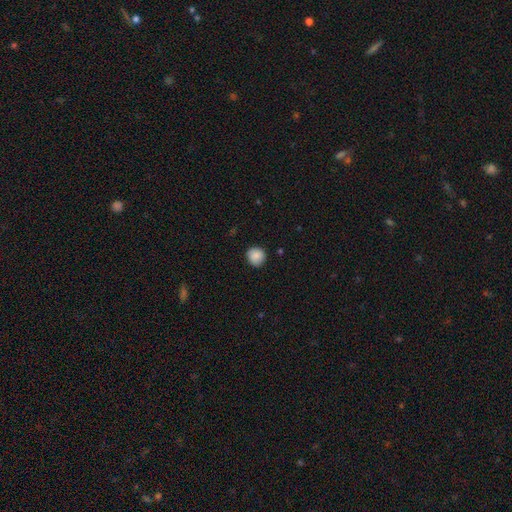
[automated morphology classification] smooth-or-featured: smooth: 88% | star or artifact: 8% | featured or disk: 4%
  how-rounded: round: 91% | in between: 8% | cigar-shaped: 1%
  merging: none: 88% | minor disturbance: 9% | major disturbance: 2% | merger: 1%